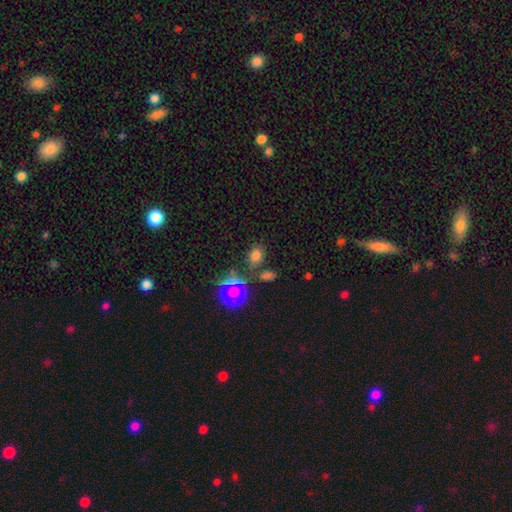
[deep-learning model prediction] Q: Smooth or featured?
A: smooth (66%); runner-up: star or artifact (27%)
Q: How rounded?
A: in between (71%); runner-up: round (27%)
Q: Merging?
A: none (69%); runner-up: minor disturbance (13%)